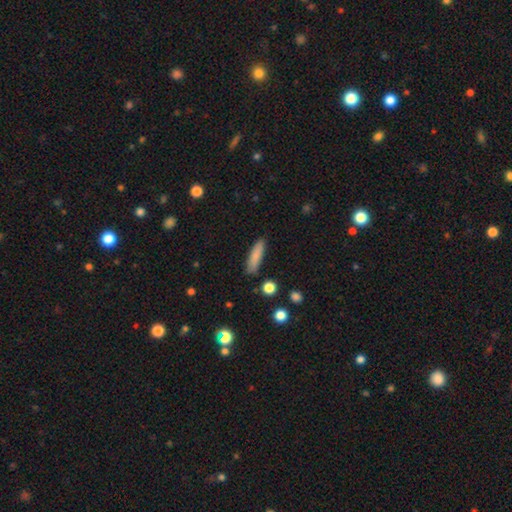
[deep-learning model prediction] The model was most divided on "how rounded": cigar-shaped: 73%, in between: 25%, round: 2%. More confident: merging — none (86%); smooth or featured — smooth (83%).